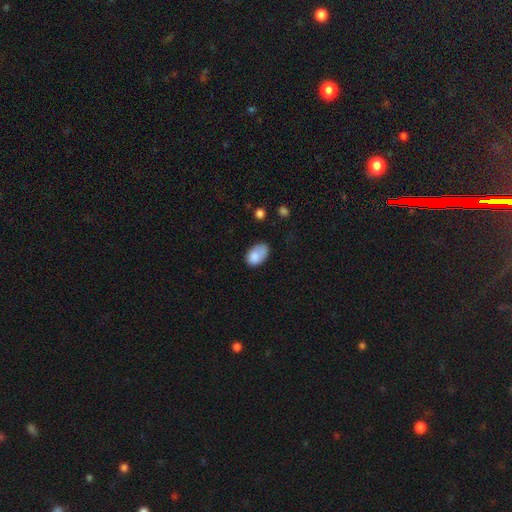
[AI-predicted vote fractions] Smooth or featured?
  - smooth: 81% *
  - featured or disk: 11%
  - star or artifact: 8%
How rounded?
  - in between: 88% *
  - round: 11%
  - cigar-shaped: 1%
Merging?
  - none: 46% *
  - minor disturbance: 35%
  - major disturbance: 12%
  - merger: 7%